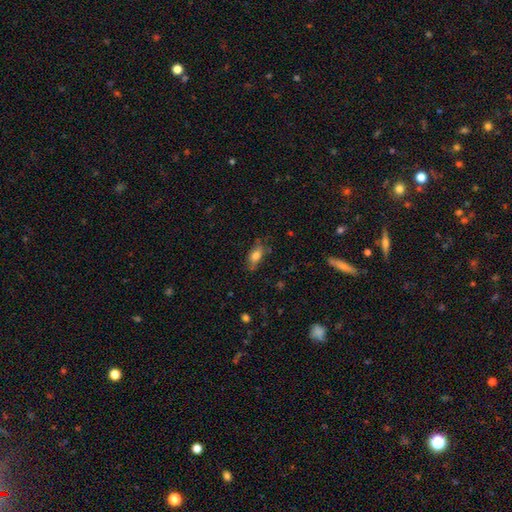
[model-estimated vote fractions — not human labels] Smooth or featured?
  - smooth: 75% *
  - featured or disk: 16%
  - star or artifact: 9%
How rounded?
  - in between: 79% *
  - cigar-shaped: 15%
  - round: 6%
Merging?
  - none: 67% *
  - minor disturbance: 23%
  - major disturbance: 7%
  - merger: 3%